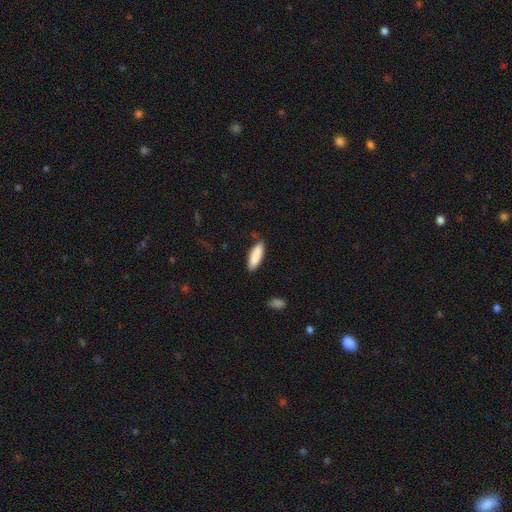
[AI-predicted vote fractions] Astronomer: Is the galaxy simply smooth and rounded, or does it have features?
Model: smooth — 88%.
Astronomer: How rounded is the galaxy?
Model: cigar-shaped — 51% (runner-up: in between, 48%).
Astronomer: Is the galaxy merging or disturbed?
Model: none — 84%.